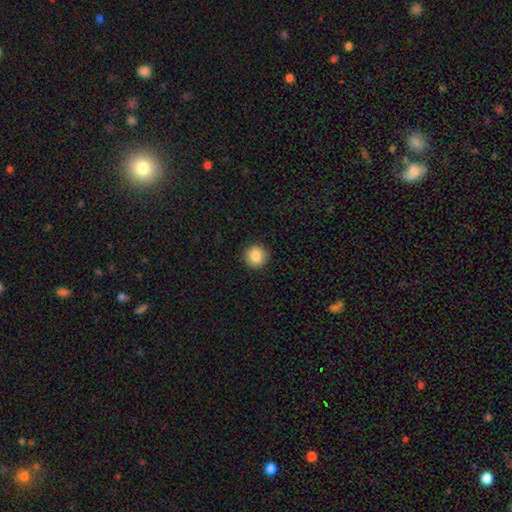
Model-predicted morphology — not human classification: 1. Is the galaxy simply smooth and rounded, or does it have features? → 86% smooth, 9% star or artifact, 6% featured or disk.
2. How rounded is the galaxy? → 93% round, 7% in between, 1% cigar-shaped.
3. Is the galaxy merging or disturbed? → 91% none, 6% minor disturbance, 2% major disturbance, 1% merger.